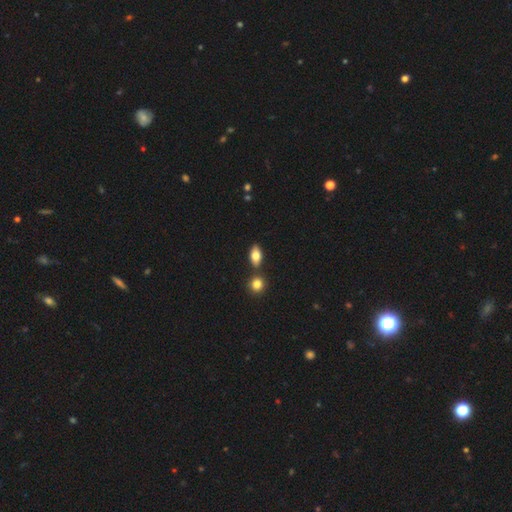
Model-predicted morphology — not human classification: smooth-or-featured: smooth: 79% | featured or disk: 13% | star or artifact: 8%
  how-rounded: in between: 87% | round: 7% | cigar-shaped: 6%
  merging: none: 73% | merger: 15% | minor disturbance: 10% | major disturbance: 3%